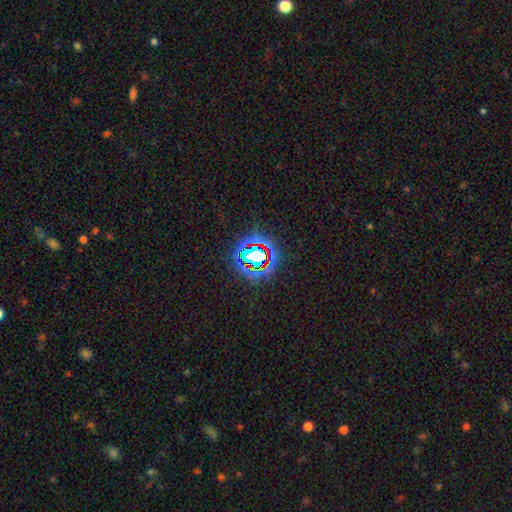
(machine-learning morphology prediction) A star or artifact, not a galaxy (72%).

Vote fractions:
- Smooth or featured? star or artifact: 72% / smooth: 16% / featured or disk: 12%